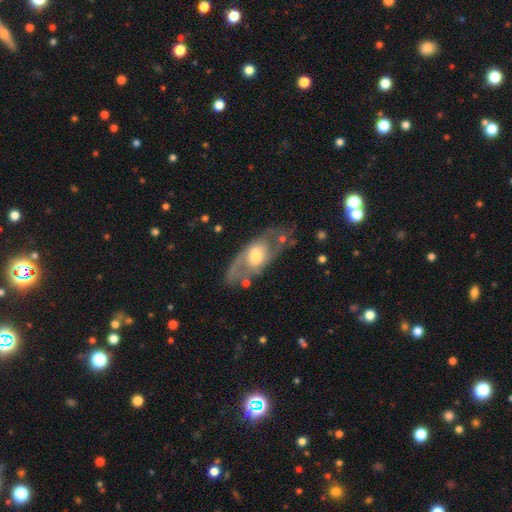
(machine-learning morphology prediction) The model was most divided on "spiral arms": yes: 63%, no: 37%. More confident: edge-on disk — no (85%); smooth or featured — featured or disk (66%); merging — none (62%); bar — no (61%); bulge size — moderate (59%).